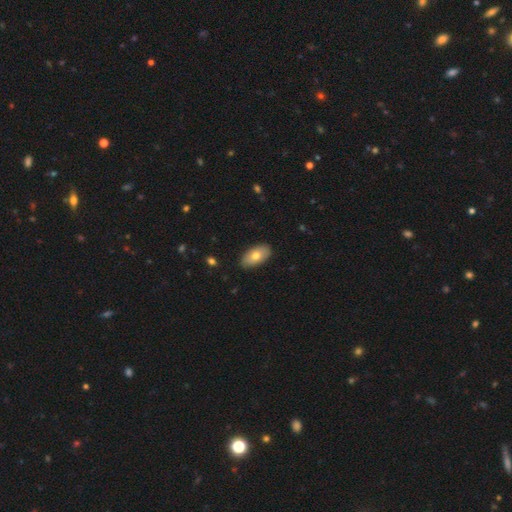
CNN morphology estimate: Overall: smooth (73%). How rounded: in between (94%). Merging: none (87%).